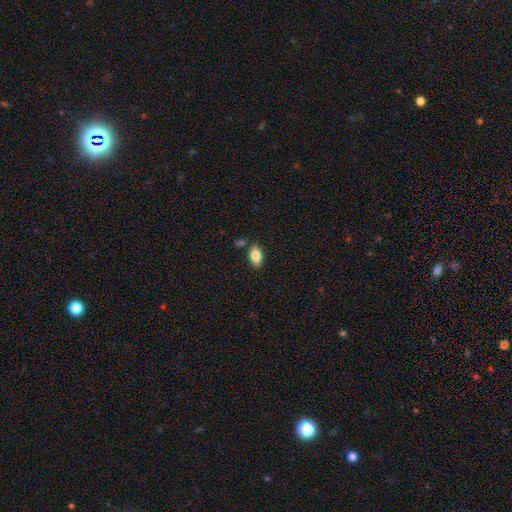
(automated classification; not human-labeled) smooth 83%, featured or disk 10%, star or artifact 8%. Down the decision tree: how rounded — in between (91%); merging — none (81%).